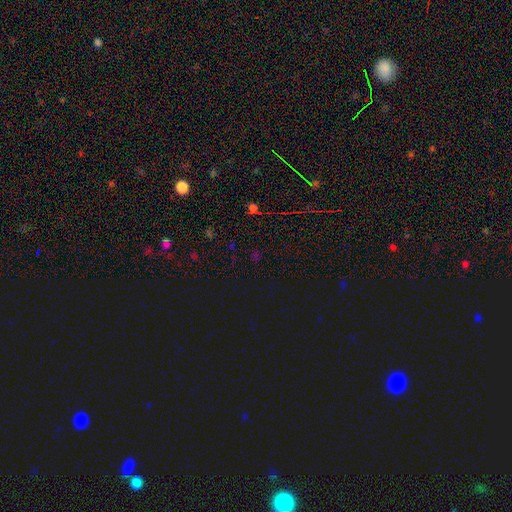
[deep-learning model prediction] Q: Smooth or featured?
A: star or artifact (71%); runner-up: smooth (22%)